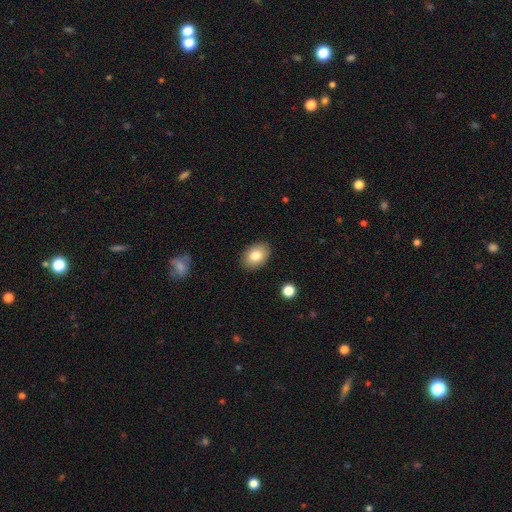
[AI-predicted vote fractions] Smooth or featured? smooth (82%)
How rounded? in between (82%)
Merging? none (89%)